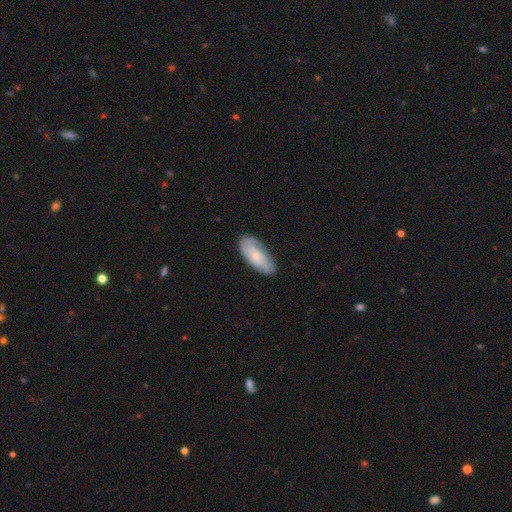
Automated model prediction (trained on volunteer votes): smooth 54%, featured or disk 39%, star or artifact 6%. Down the decision tree: how rounded — in between (84%); merging — none (75%).